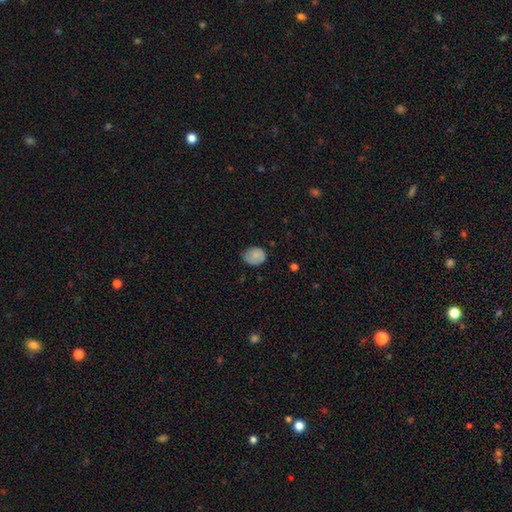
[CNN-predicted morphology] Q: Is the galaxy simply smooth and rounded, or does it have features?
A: smooth — 78%.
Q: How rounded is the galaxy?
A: in between — 53%.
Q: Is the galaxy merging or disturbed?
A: none — 67%.